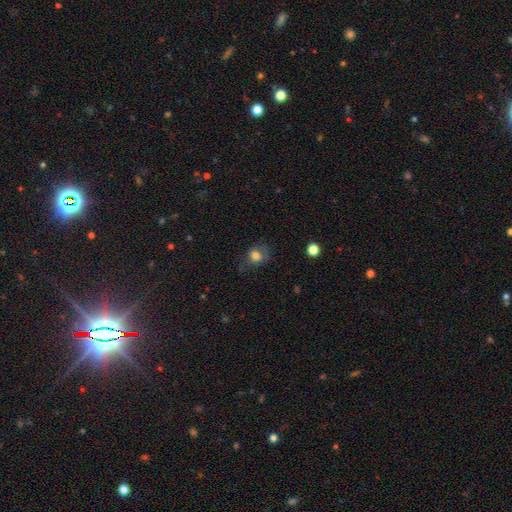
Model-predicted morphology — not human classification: Overall: smooth (76%). How rounded: round (59%; in between 40%). Merging: none (58%; minor disturbance 25%).